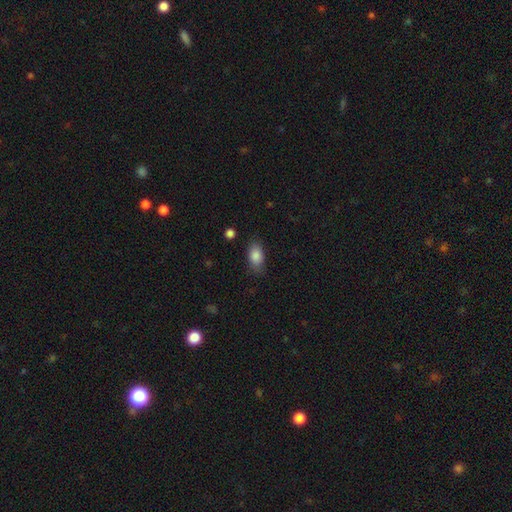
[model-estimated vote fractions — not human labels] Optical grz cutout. It shows a smooth galaxy with no disk features (86%) that is in between round and cigar-shaped (88%). Merging: none (79%).